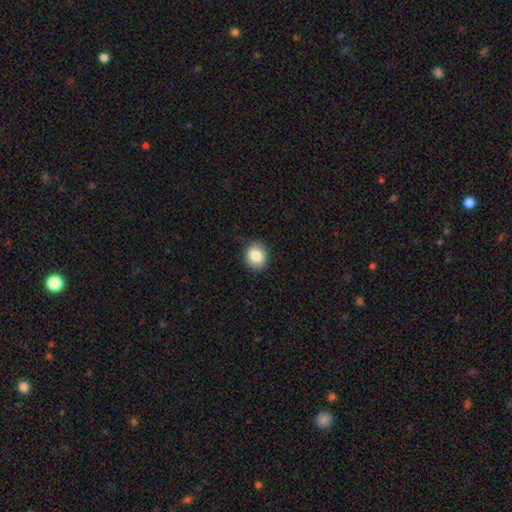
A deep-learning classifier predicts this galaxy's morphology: smooth_or_featured: smooth (p=0.85) [alt: star or artifact p=0.09]
how_rounded: round (p=0.69) [alt: in between p=0.30]
merging: none (p=0.84) [alt: minor disturbance p=0.12]